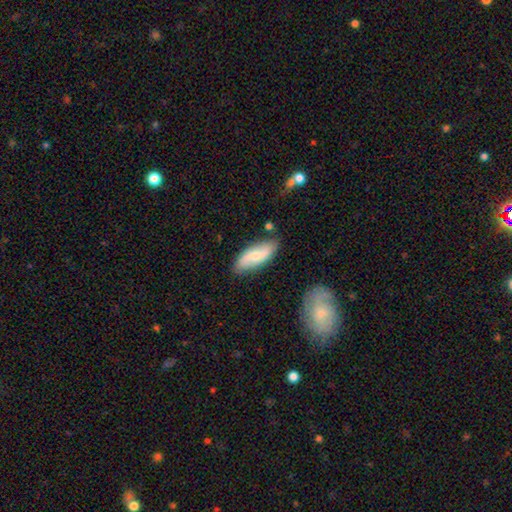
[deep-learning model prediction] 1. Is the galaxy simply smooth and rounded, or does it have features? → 50% featured or disk, 44% smooth, 6% star or artifact.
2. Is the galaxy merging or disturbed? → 79% none, 15% minor disturbance, 3% merger, 3% major disturbance.